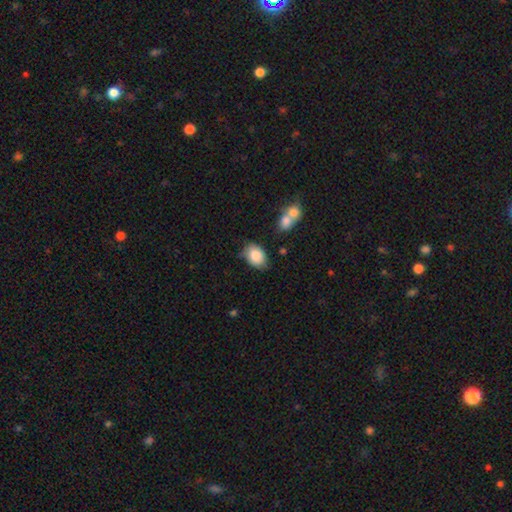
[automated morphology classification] A smooth galaxy with no disk features (83%) that is in between round and cigar-shaped (78%).

Vote fractions:
- Smooth or featured? smooth: 83% / featured or disk: 10% / star or artifact: 7%
- How rounded? in between: 78% / round: 21% / cigar-shaped: 1%
- Merging? none: 70% / minor disturbance: 22% / merger: 5% / major disturbance: 4%